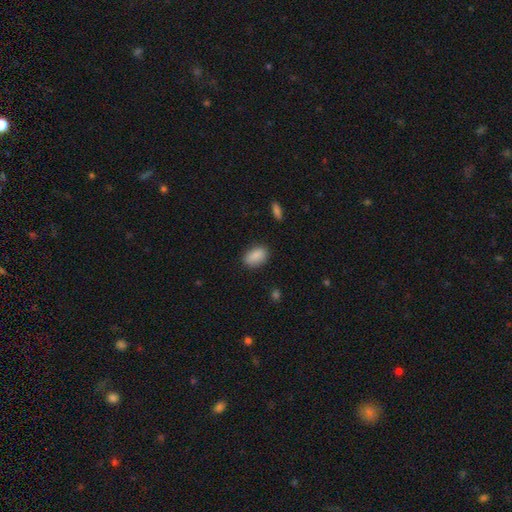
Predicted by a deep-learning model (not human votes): smooth_or_featured: smooth (p=0.87) [alt: star or artifact p=0.07]
how_rounded: in between (p=0.89) [alt: round p=0.08]
merging: none (p=0.82) [alt: minor disturbance p=0.14]